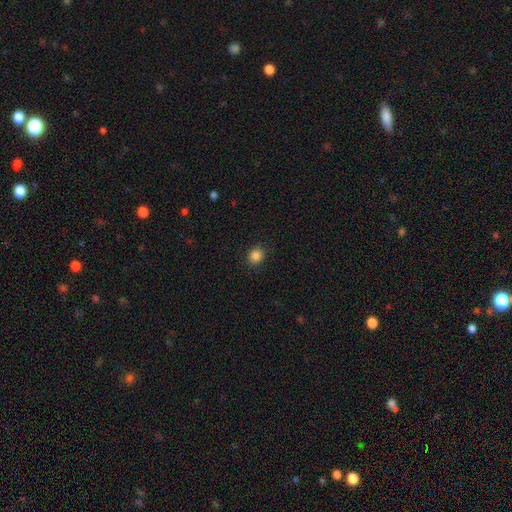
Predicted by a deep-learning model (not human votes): Smooth or featured?
  - smooth: 86% *
  - star or artifact: 11%
  - featured or disk: 3%
How rounded?
  - round: 74% *
  - in between: 25%
  - cigar-shaped: 1%
Merging?
  - none: 89% *
  - minor disturbance: 7%
  - major disturbance: 2%
  - merger: 1%